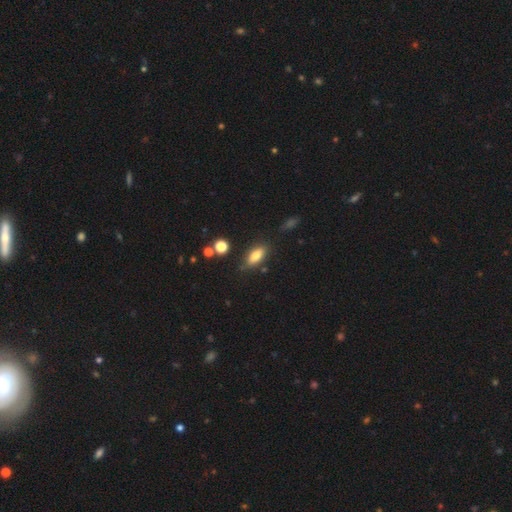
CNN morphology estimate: smooth-or-featured: smooth: 75% | featured or disk: 16% | star or artifact: 9%
  how-rounded: in between: 79% | cigar-shaped: 17% | round: 4%
  merging: none: 79% | minor disturbance: 14% | merger: 4% | major disturbance: 3%